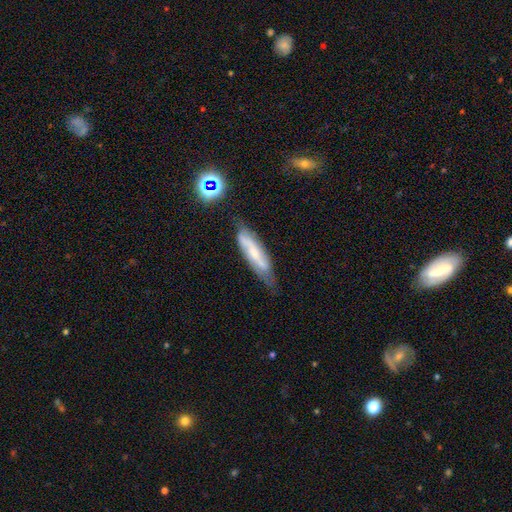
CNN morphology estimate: Q: Smooth or featured?
A: featured or disk (54%); runner-up: smooth (39%)
Q: Edge-on disk?
A: no (70%); runner-up: yes (30%)
Q: Merging?
A: none (57%); runner-up: minor disturbance (29%)